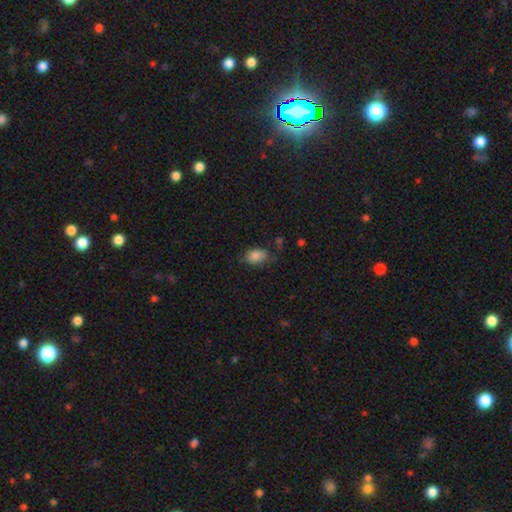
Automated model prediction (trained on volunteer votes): Q: Smooth or featured?
A: smooth (83%); runner-up: star or artifact (8%)
Q: How rounded?
A: in between (87%); runner-up: round (12%)
Q: Merging?
A: none (58%); runner-up: minor disturbance (29%)